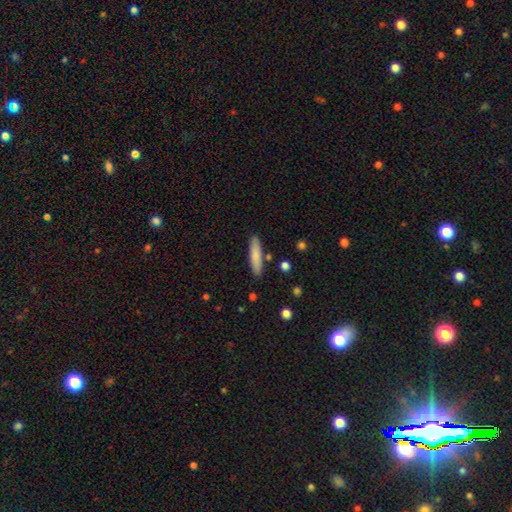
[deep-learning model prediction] This is clearly a smooth galaxy (83%). How rounded: clearly cigar-shaped (80%). Merging: clearly none (86%).